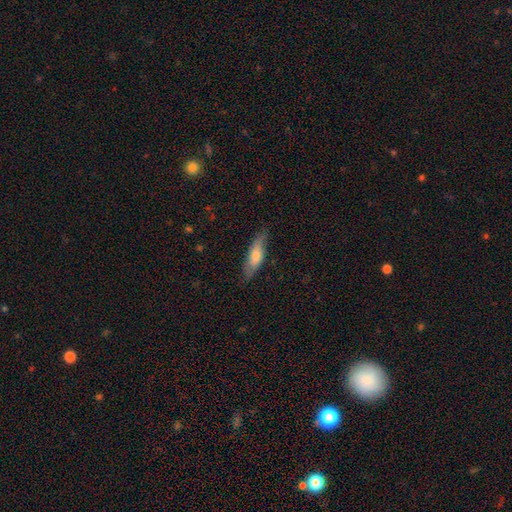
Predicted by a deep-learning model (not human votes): smooth_or_featured: smooth (p=0.60) [alt: featured or disk p=0.33]
how_rounded: cigar-shaped (p=0.62) [alt: in between p=0.36]
merging: none (p=0.80) [alt: minor disturbance p=0.16]